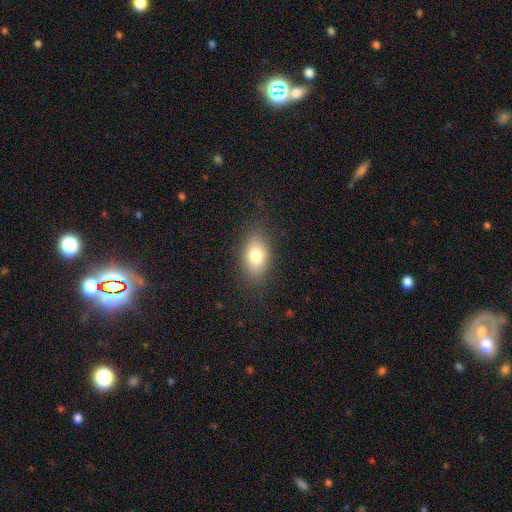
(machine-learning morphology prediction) smooth_or_featured: smooth (p=0.78) [alt: featured or disk p=0.13]
how_rounded: in between (p=0.87) [alt: round p=0.10]
merging: none (p=0.82) [alt: minor disturbance p=0.12]